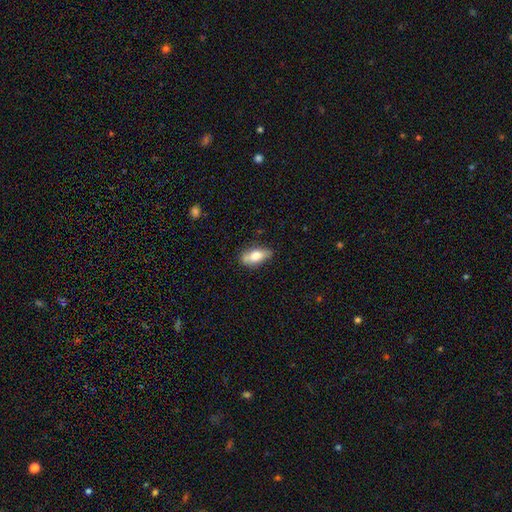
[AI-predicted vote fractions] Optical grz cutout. It shows a smooth galaxy with no disk features (74%) that is in between round and cigar-shaped (81%). Merging: none (72%).